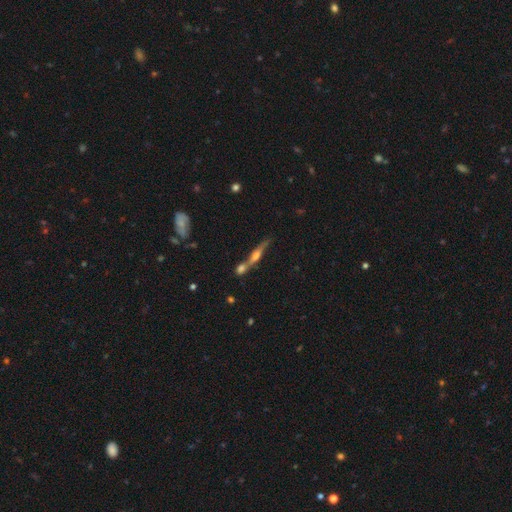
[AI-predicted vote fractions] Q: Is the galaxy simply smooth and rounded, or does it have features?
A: featured or disk — 71%.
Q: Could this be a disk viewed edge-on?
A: yes — 90%.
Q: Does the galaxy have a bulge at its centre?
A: rounded — 87%.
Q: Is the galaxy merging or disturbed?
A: none — 51%.